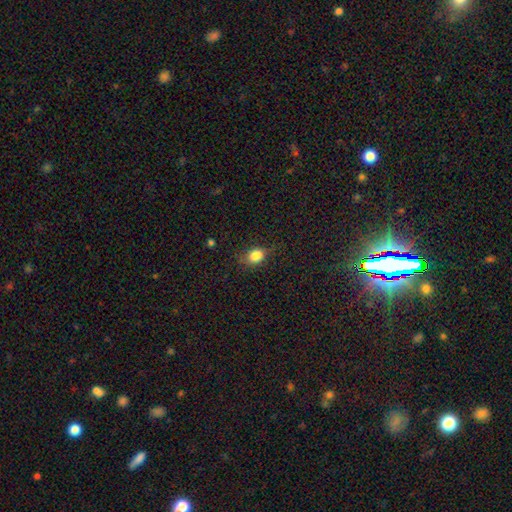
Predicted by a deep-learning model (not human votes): A smooth galaxy with no disk features (83%) that is in between round and cigar-shaped (68%). Merging: none (71%).